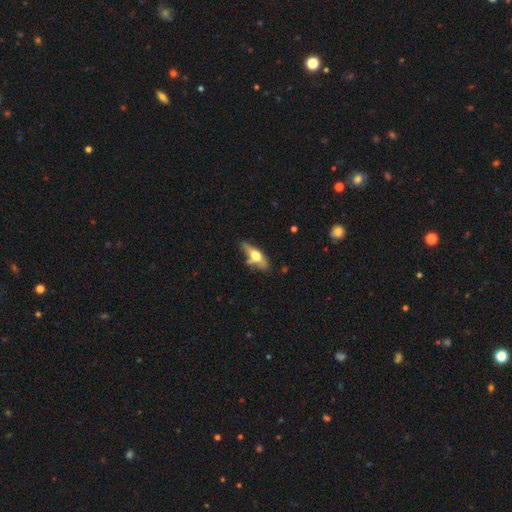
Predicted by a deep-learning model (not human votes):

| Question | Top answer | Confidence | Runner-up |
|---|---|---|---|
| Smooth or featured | smooth | 49% | featured or disk (44%) |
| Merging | none | 50% | minor disturbance (25%) |